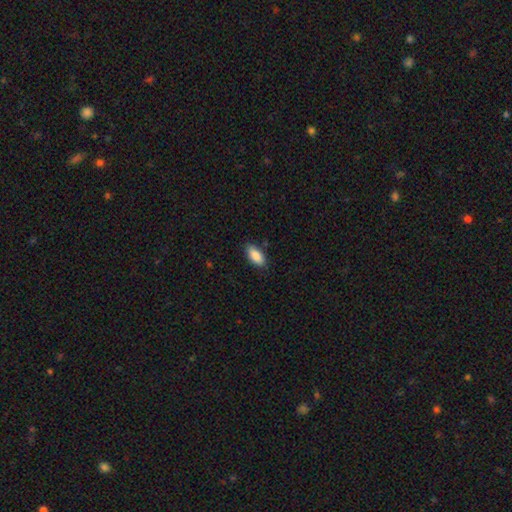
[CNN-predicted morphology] The model was most divided on "merging": none: 83%, minor disturbance: 13%, major disturbance: 2%, merger: 1%. More confident: how rounded — in between (90%); smooth or featured — smooth (88%).